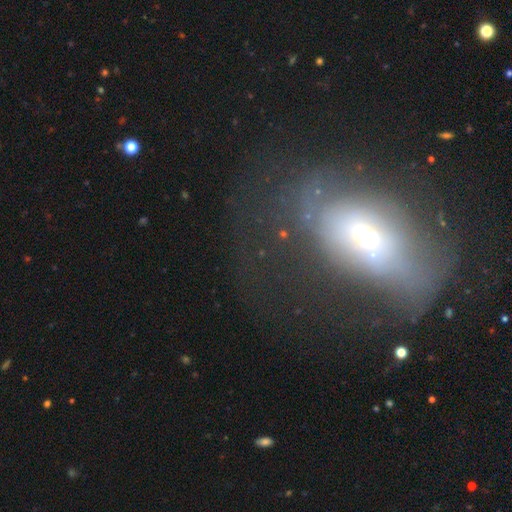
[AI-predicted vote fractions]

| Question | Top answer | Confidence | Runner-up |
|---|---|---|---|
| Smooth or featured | smooth | 41% | featured or disk (39%) |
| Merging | major disturbance | 42% | none (34%) |